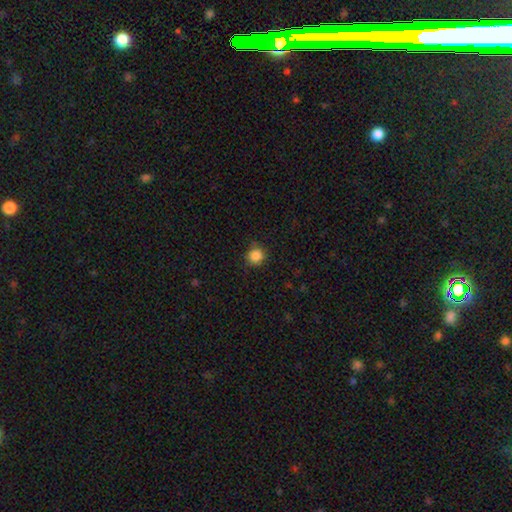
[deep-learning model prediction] The model was most divided on "merging": none: 85%, minor disturbance: 11%, major disturbance: 3%, merger: 1%. More confident: how rounded — round (91%); smooth or featured — smooth (86%).